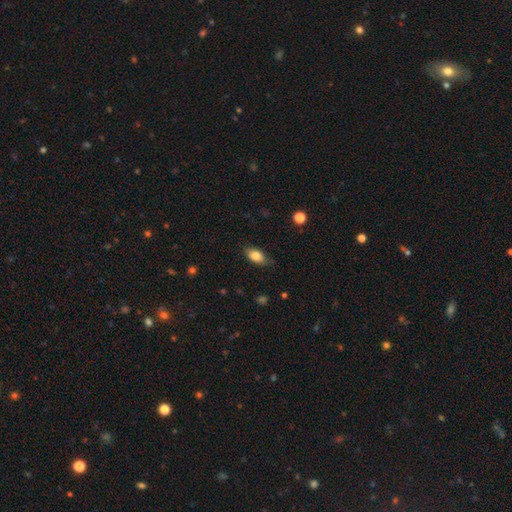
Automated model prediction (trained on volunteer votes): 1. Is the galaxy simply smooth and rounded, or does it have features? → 81% smooth, 11% featured or disk, 7% star or artifact.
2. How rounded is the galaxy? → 89% in between, 6% round, 5% cigar-shaped.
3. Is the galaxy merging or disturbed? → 75% none, 20% minor disturbance, 4% major disturbance, 1% merger.